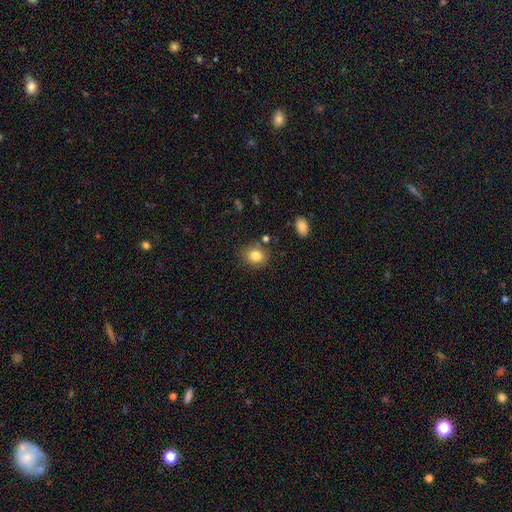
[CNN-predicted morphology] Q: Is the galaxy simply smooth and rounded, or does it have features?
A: smooth — 83%.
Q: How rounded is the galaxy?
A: round — 64%.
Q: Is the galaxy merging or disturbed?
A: none — 80%.